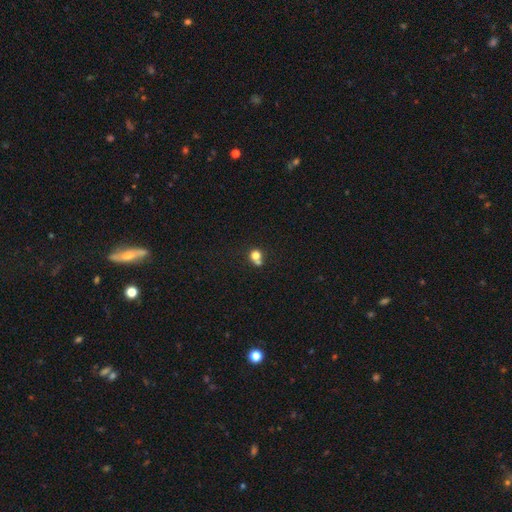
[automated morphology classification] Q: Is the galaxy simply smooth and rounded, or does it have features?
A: smooth — 76%.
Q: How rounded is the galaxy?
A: round — 82%.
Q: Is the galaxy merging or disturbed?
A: none — 47%.